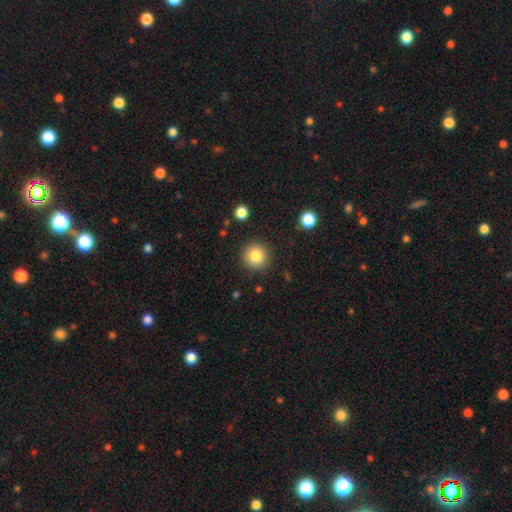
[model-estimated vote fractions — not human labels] smooth-or-featured: smooth: 84% | star or artifact: 10% | featured or disk: 7%
  how-rounded: round: 94% | in between: 5% | cigar-shaped: 1%
  merging: none: 89% | minor disturbance: 7% | major disturbance: 3% | merger: 2%